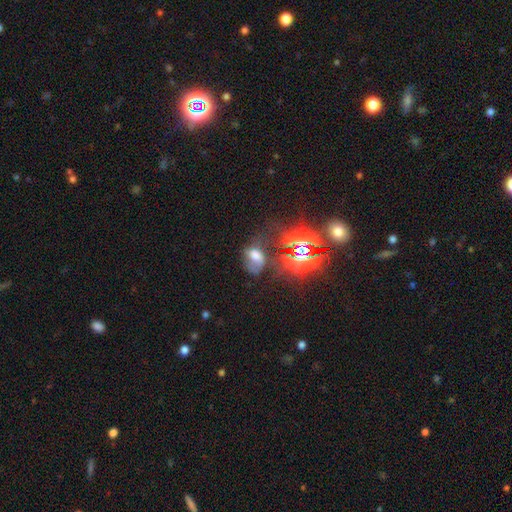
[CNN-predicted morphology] Smooth or featured? smooth (45%)
Merging? major disturbance (34%)